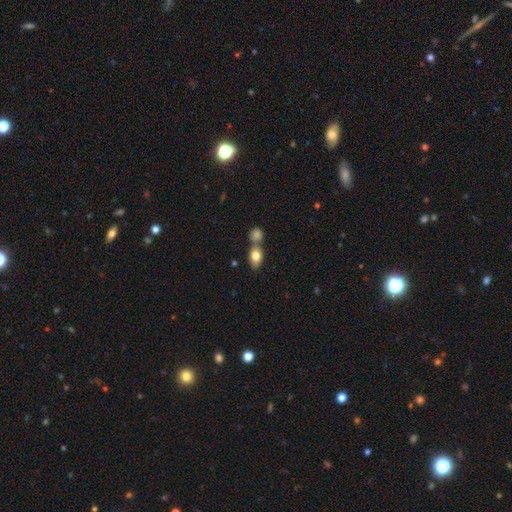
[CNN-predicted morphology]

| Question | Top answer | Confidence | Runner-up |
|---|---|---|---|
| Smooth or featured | smooth | 81% | featured or disk (12%) |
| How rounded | in between | 78% | round (19%) |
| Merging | none | 44% | merger (43%) |